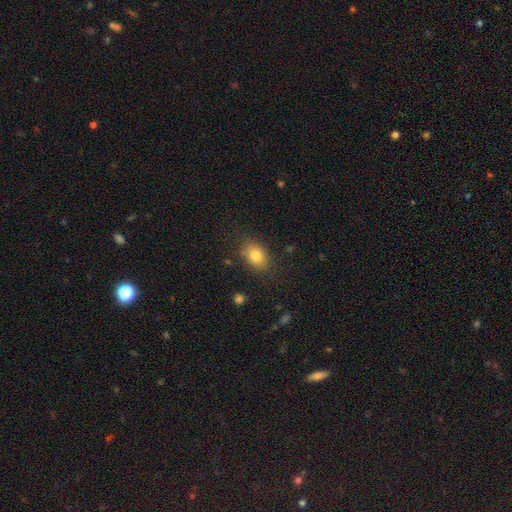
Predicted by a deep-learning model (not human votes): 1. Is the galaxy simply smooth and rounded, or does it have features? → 82% smooth, 9% featured or disk, 9% star or artifact.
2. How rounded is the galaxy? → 72% in between, 26% round, 1% cigar-shaped.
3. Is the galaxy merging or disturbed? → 81% none, 14% minor disturbance, 4% major disturbance, 2% merger.